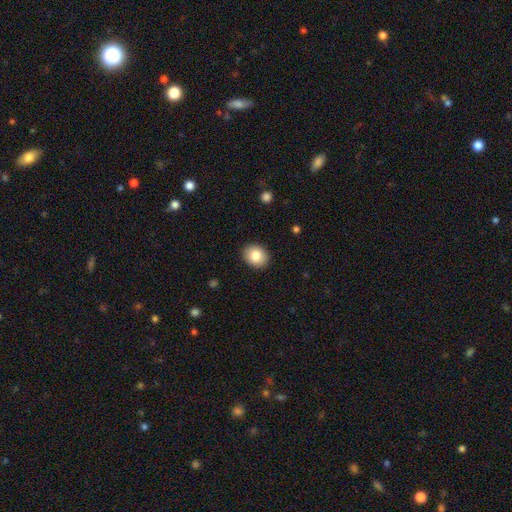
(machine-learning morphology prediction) A smooth galaxy with no disk features (84%) that is round (53%). Merging: none (90%).